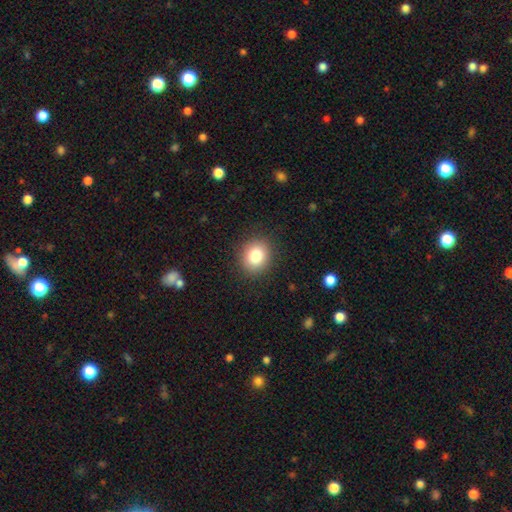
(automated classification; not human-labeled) Smooth or featured? Predicted: smooth (p=0.83). How rounded? Predicted: round (p=0.73). Merging? Predicted: none (p=0.89).